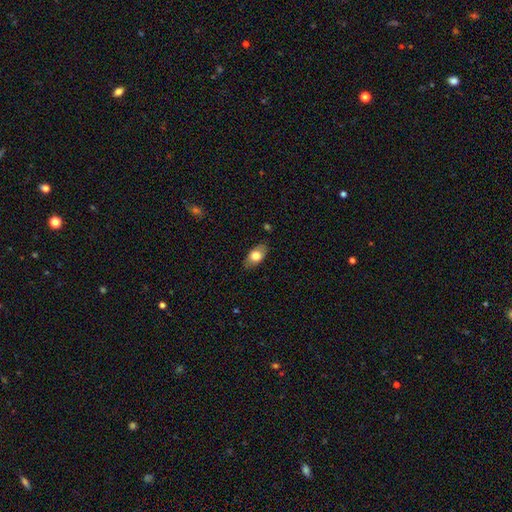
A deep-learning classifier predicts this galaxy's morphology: smooth-or-featured: smooth: 75% | featured or disk: 19% | star or artifact: 7%
  how-rounded: in between: 88% | round: 7% | cigar-shaped: 4%
  merging: none: 80% | minor disturbance: 15% | major disturbance: 3% | merger: 1%